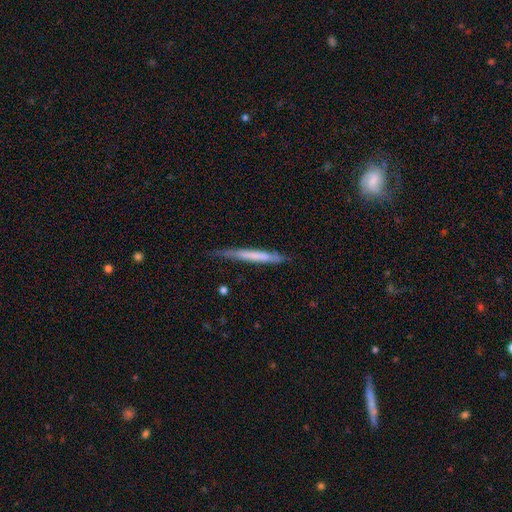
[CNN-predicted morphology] Smooth or featured: smooth — 56% (featured or disk — 38%)
How rounded: cigar-shaped — 96% (in between — 3%)
Merging: none — 73% (minor disturbance — 21%)